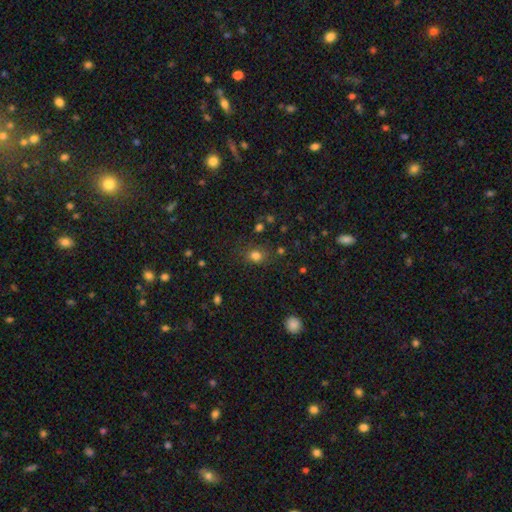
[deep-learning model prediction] This is likely a smooth galaxy (78%). How rounded: likely round (60%). Merging: likely none (75%).